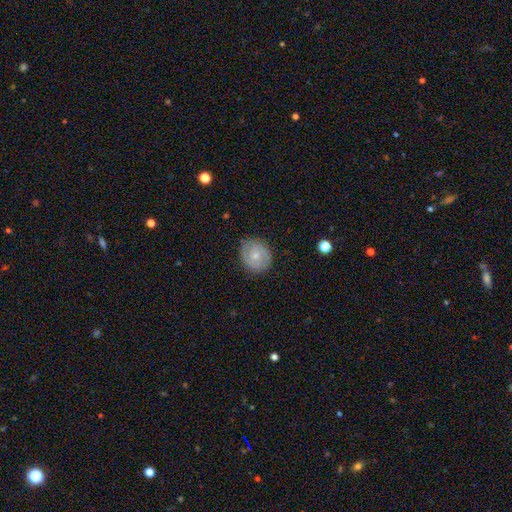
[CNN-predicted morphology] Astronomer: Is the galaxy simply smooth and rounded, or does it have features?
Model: featured or disk — 64%.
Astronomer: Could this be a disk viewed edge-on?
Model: no — 98%.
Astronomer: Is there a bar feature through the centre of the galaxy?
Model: no — 58% (runner-up: weak, 36%).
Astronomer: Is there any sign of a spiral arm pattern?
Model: yes — 87%.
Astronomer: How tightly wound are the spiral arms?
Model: tight — 59%.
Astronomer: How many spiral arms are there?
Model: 2 — 77%.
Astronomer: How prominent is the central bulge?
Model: small — 51% (runner-up: moderate, 42%).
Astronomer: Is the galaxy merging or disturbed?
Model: none — 84%.